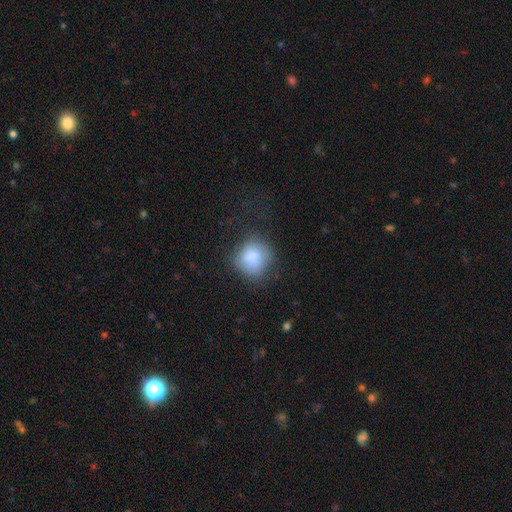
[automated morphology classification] Smooth or featured?
  - smooth: 82% *
  - featured or disk: 9%
  - star or artifact: 8%
How rounded?
  - round: 81% *
  - in between: 18%
  - cigar-shaped: 1%
Merging?
  - none: 59% *
  - minor disturbance: 25%
  - major disturbance: 14%
  - merger: 2%